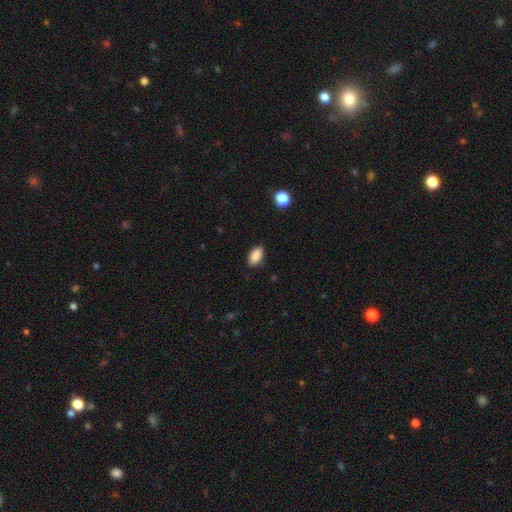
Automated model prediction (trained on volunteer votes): Q: Smooth or featured?
A: smooth (89%); runner-up: star or artifact (8%)
Q: How rounded?
A: in between (93%); runner-up: round (5%)
Q: Merging?
A: none (86%); runner-up: minor disturbance (11%)